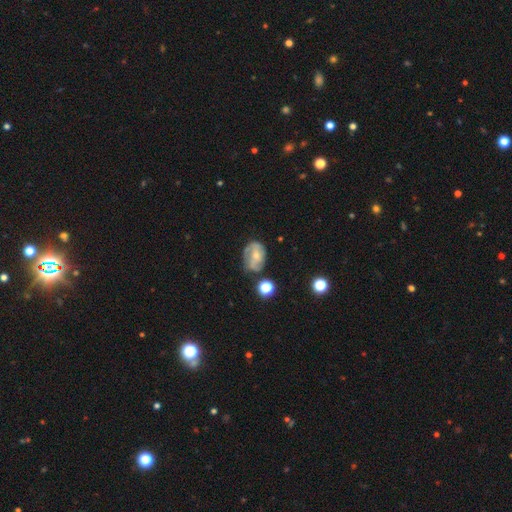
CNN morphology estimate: Q: Smooth or featured?
A: featured or disk (66%); runner-up: smooth (25%)
Q: Edge-on disk?
A: no (96%); runner-up: yes (4%)
Q: Bar?
A: no (58%); runner-up: weak (32%)
Q: Spiral arms?
A: yes (81%); runner-up: no (19%)
Q: Spiral winding?
A: medium (41%); runner-up: tight (39%)
Q: Spiral arm count?
A: 2 (43%); runner-up: can't tell (28%)
Q: Bulge size?
A: small (57%); runner-up: moderate (38%)
Q: Merging?
A: none (51%); runner-up: minor disturbance (29%)